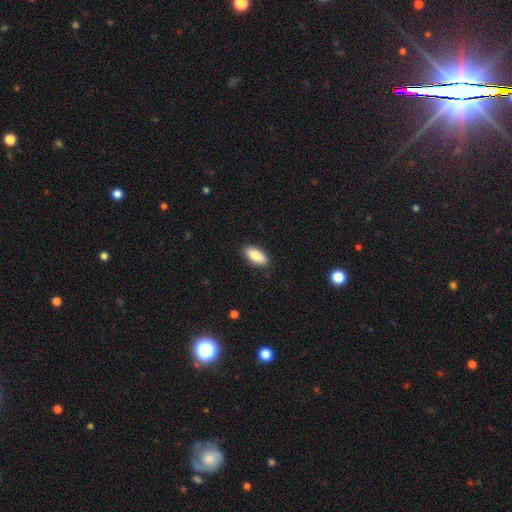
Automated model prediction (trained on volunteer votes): The model was most divided on "how rounded": in between: 85%, cigar-shaped: 13%, round: 2%. More confident: merging — none (88%); smooth or featured — smooth (88%).